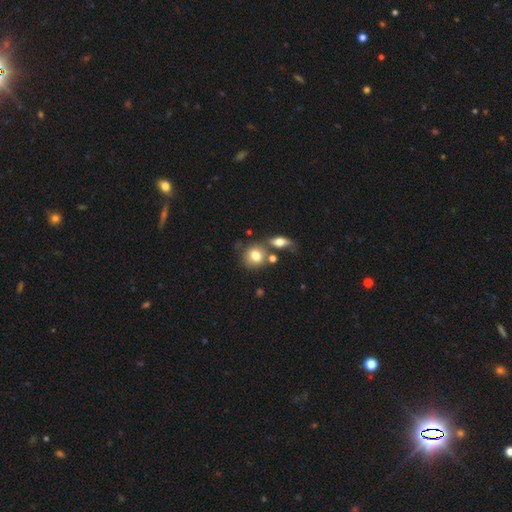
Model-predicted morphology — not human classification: This appears to be a smooth galaxy with no disk features (78%) that is round (74%). Merging: none (57%).